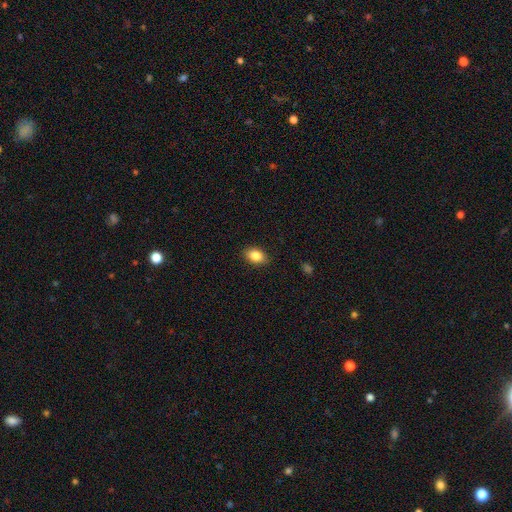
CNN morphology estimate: This is clearly a smooth galaxy (85%). How rounded: clearly in between (84%). Merging: clearly none (87%).